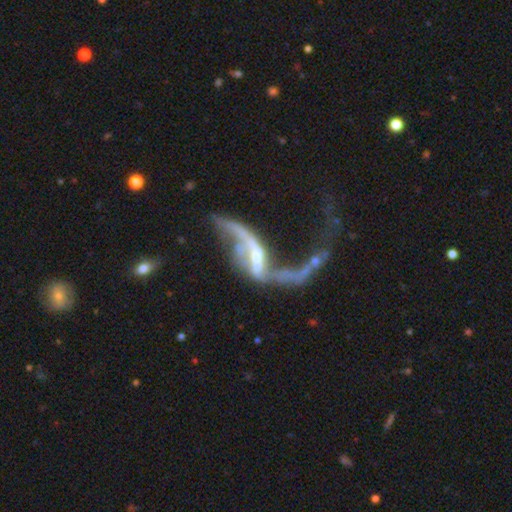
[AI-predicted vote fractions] Smooth or featured?
  - featured or disk: 84% *
  - star or artifact: 8%
  - smooth: 8%
Edge-on disk?
  - no: 91% *
  - yes: 9%
Bar?
  - weak: 39% *
  - strong: 37%
  - no: 23%
Spiral arms?
  - yes: 83% *
  - no: 17%
Spiral winding?
  - loose: 93% *
  - medium: 5%
  - tight: 2%
Spiral arm count?
  - 2: 83% *
  - 1: 8%
  - can't tell: 5%
  - 3: 2%
  - 4: 1%
  - more than 4: 1%
Bulge size?
  - small: 44% *
  - moderate: 34%
  - none: 16%
  - large: 4%
  - dominant: 2%
Merging?
  - major disturbance: 40% *
  - merger: 28%
  - none: 21%
  - minor disturbance: 12%